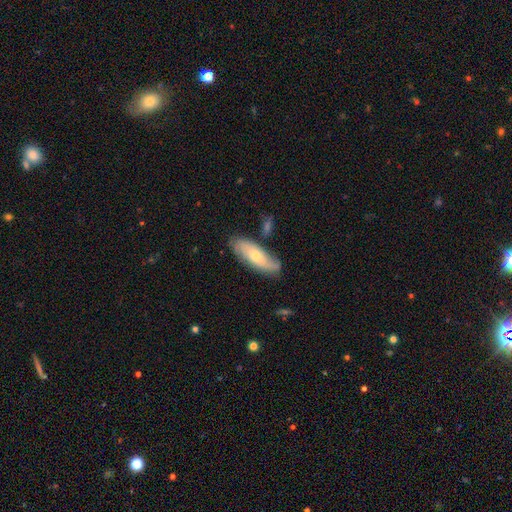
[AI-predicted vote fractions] This appears to be a featured or disk galaxy (48%). Merging: none (72%).